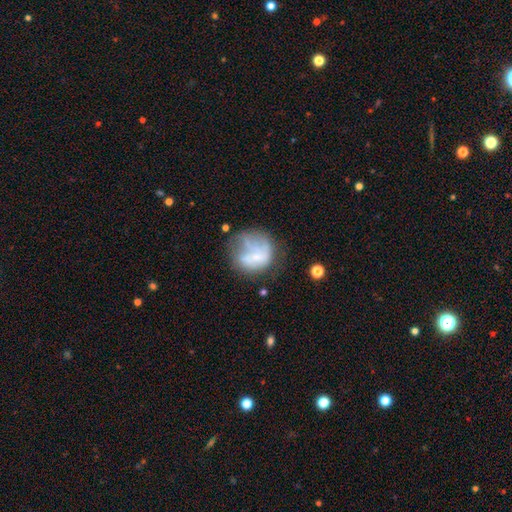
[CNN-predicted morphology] Smooth or featured: smooth — 48% (featured or disk — 40%)
Merging: none — 37% (major disturbance — 30%)